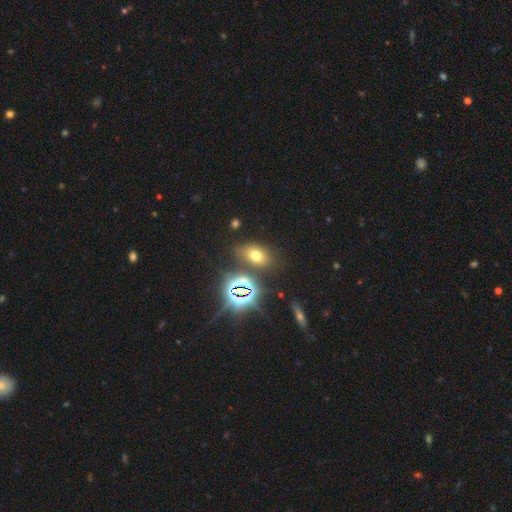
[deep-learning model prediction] Smooth or featured: smooth — 58% (star or artifact — 30%)
How rounded: in between — 80% (round — 18%)
Merging: none — 78% (minor disturbance — 12%)